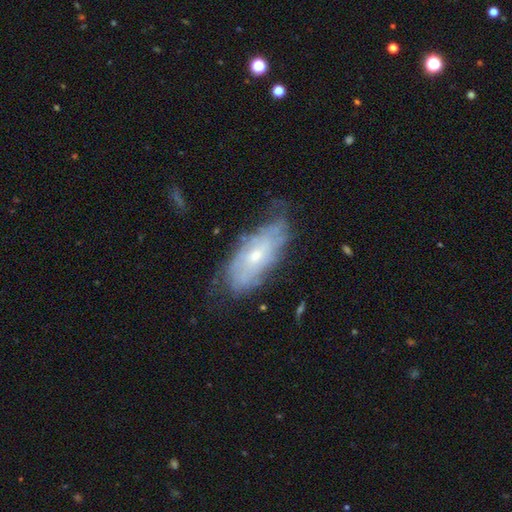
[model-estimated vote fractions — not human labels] featured or disk 60%, smooth 32%, star or artifact 8%. Down the decision tree: edge-on disk — no (85%); bar — no (74%); spiral arms — yes (65%); bulge size — small (56%); merging — none (58%).